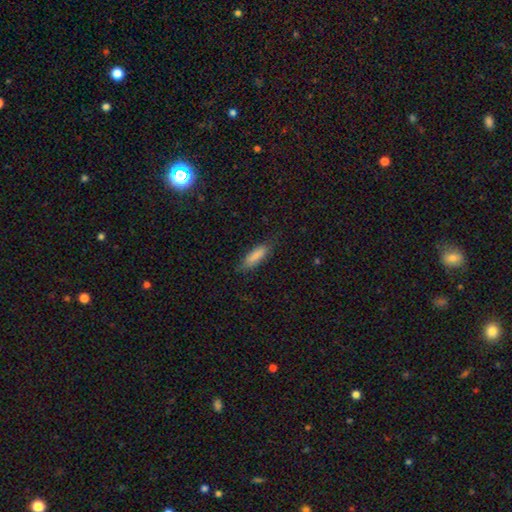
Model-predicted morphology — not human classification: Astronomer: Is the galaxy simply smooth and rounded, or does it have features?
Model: smooth — 83%.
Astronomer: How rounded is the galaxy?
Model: in between — 55% (runner-up: cigar-shaped, 43%).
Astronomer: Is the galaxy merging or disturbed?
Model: none — 75%.